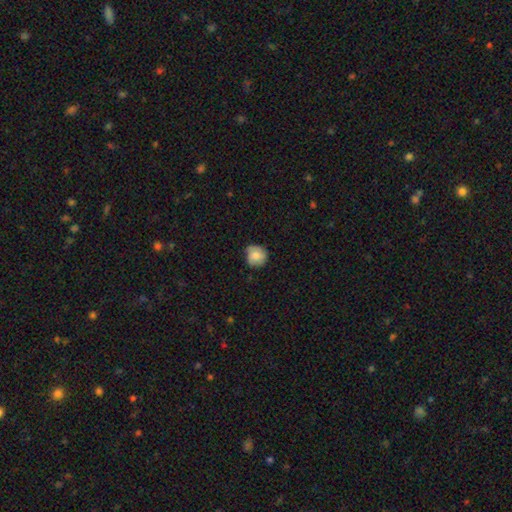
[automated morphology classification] smooth_or_featured: smooth (p=0.69) [alt: featured or disk p=0.23]
how_rounded: round (p=0.89) [alt: in between p=0.10]
merging: none (p=0.69) [alt: minor disturbance p=0.24]